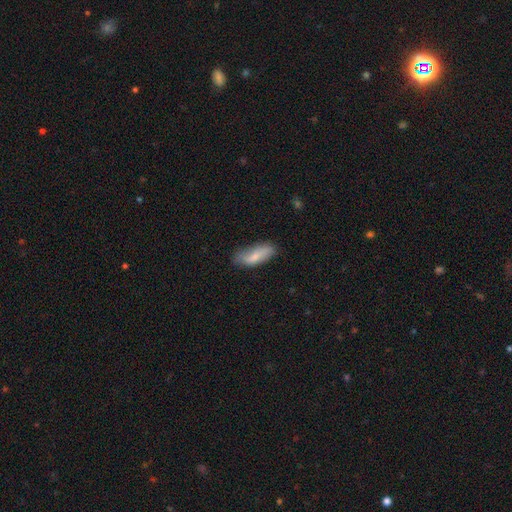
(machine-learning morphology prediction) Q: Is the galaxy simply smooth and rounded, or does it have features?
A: smooth — 72%.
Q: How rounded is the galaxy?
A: in between — 77%.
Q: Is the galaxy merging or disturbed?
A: none — 60%.